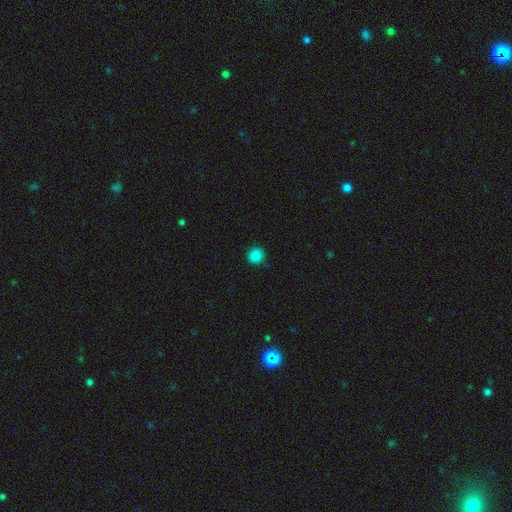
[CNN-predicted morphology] smooth 86%, star or artifact 11%, featured or disk 3%. Down the decision tree: how rounded — round (91%); merging — none (90%).